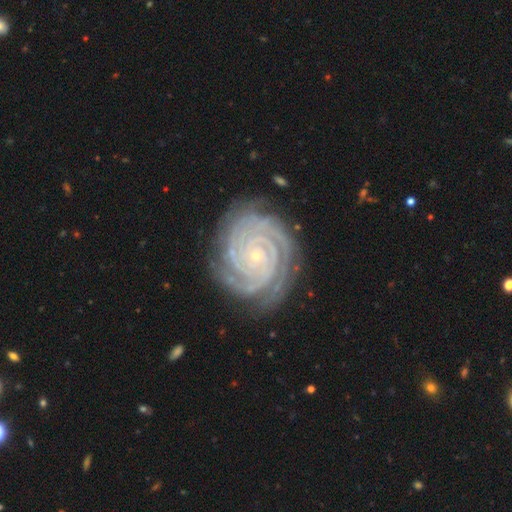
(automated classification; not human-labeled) smooth-or-featured: featured or disk: 92% | star or artifact: 5% | smooth: 3%
  disk-edge-on: no: 98% | yes: 2%
    bar: no: 77% | weak: 14% | strong: 9%
    has-spiral-arms: yes: 99% | no: 1%
      spiral-winding: tight: 89% | medium: 9% | loose: 1%
      spiral-arm-count: 4: 25% | 3: 24% | 2: 18% | more than 4: 15% | can't tell: 11% | 1: 8%
    bulge-size: small: 88% | moderate: 9% | none: 1% | large: 1% | dominant: 1%
  merging: none: 82% | minor disturbance: 13% | major disturbance: 4% | merger: 1%